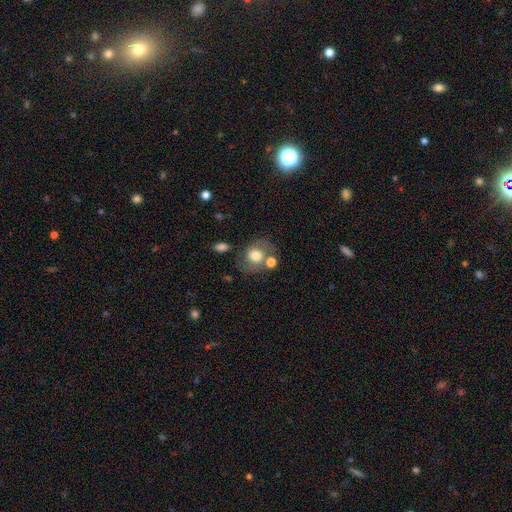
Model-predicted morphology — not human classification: The model was most divided on "how rounded": round: 64%, in between: 35%, cigar-shaped: 1%. More confident: smooth or featured — smooth (66%); merging — none (58%).